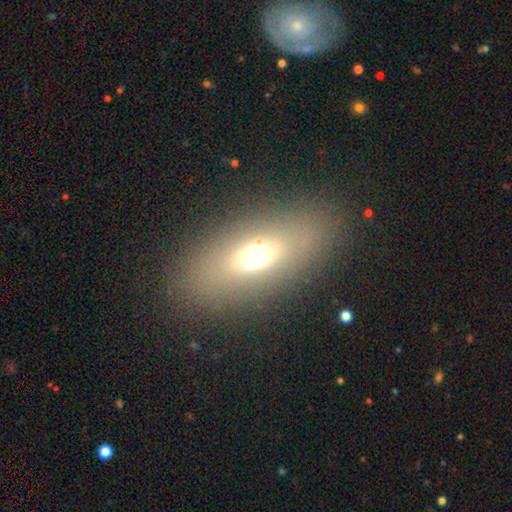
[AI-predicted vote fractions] Q: Smooth or featured?
A: smooth (58%); runner-up: featured or disk (27%)
Q: How rounded?
A: in between (77%); runner-up: cigar-shaped (14%)
Q: Merging?
A: none (84%); runner-up: minor disturbance (9%)